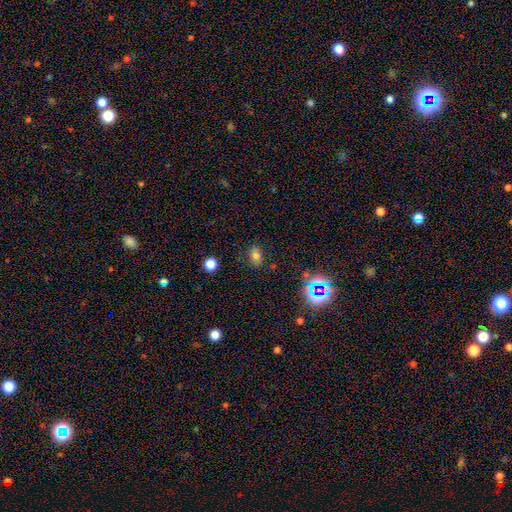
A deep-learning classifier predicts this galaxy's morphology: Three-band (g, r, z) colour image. It shows a smooth galaxy with no disk features (72%) that is in between round and cigar-shaped (72%). Merging: none (82%).